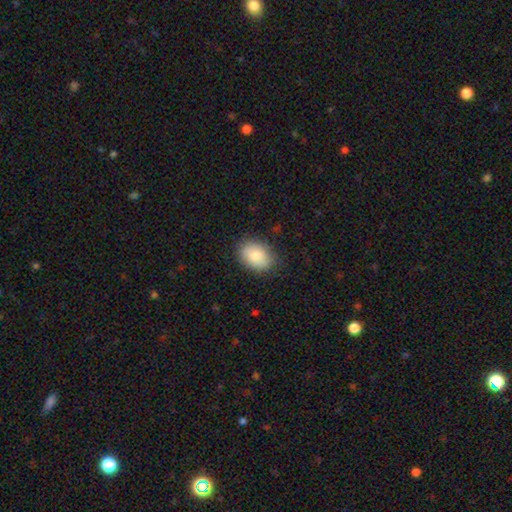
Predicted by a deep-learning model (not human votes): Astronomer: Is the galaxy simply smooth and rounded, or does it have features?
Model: smooth — 82%.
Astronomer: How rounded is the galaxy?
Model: in between — 75%.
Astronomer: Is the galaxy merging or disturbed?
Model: none — 83%.